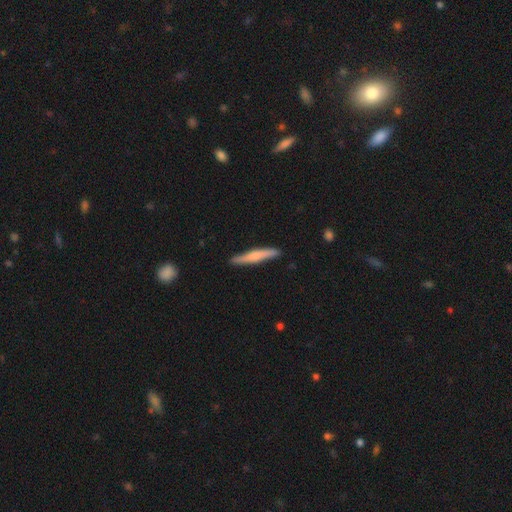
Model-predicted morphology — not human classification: smooth 57%, featured or disk 38%, star or artifact 5%. Down the decision tree: how rounded — cigar-shaped (94%); merging — none (86%).